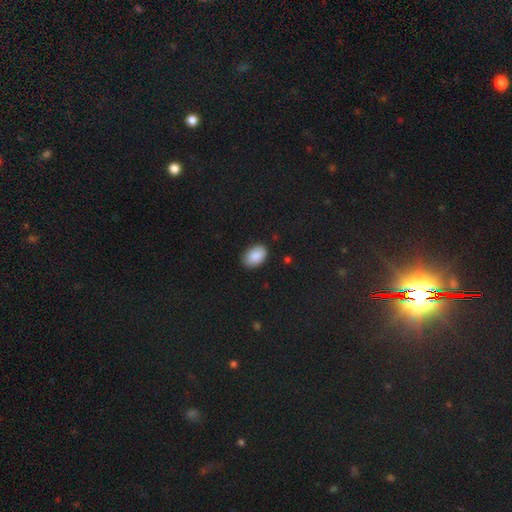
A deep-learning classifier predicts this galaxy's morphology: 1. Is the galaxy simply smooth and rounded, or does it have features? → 88% smooth, 7% star or artifact, 5% featured or disk.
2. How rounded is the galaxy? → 88% in between, 10% round, 1% cigar-shaped.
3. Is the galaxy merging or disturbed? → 84% none, 13% minor disturbance, 2% major disturbance, 1% merger.